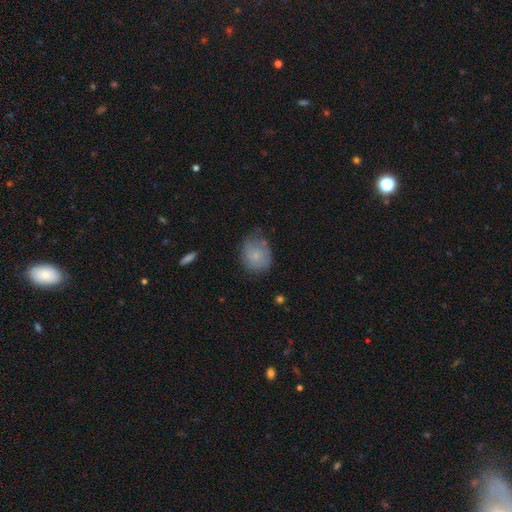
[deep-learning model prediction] This appears to be a smooth galaxy with no disk features (72%) that is round (64%). Merging: none (57%).